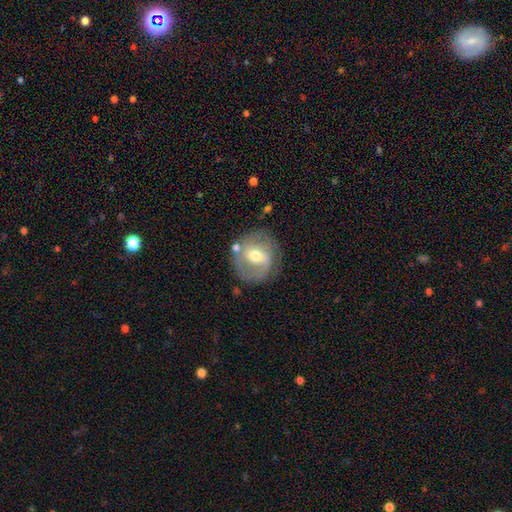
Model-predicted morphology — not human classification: featured or disk 69%, smooth 24%, star or artifact 7%. Down the decision tree: edge-on disk — no (97%); bar — weak (50%); spiral arms — yes (81%); spiral arm count — 2 (67%); spiral winding — medium (44%); bulge size — moderate (67%); merging — none (71%).